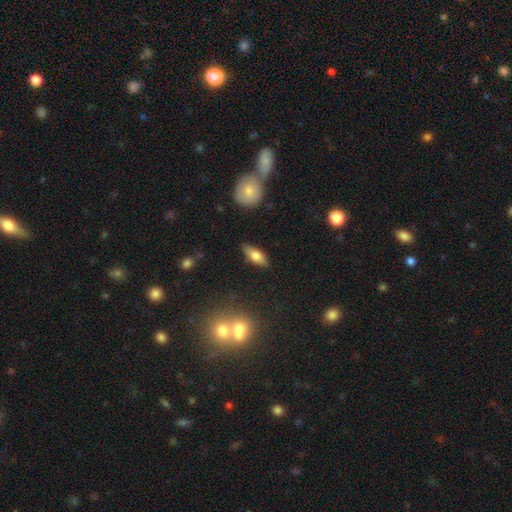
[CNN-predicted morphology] Overall: smooth (67%). How rounded: in between (72%). Merging: none (84%).